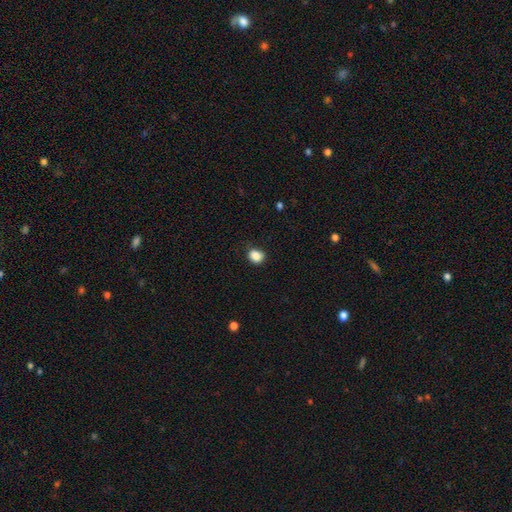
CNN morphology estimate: A smooth galaxy with no disk features (86%) that is round (64%). Merging: none (80%).